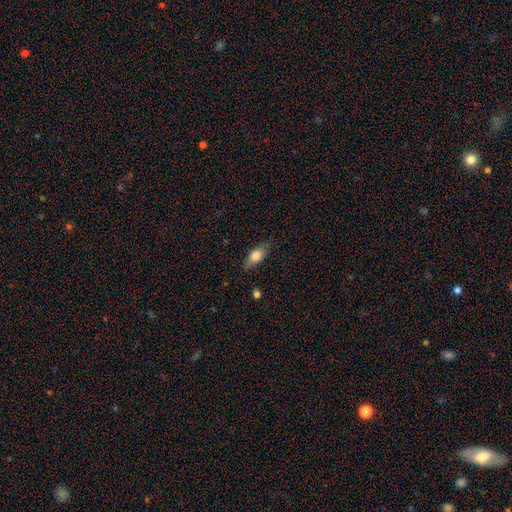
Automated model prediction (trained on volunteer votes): Smooth or featured? smooth (74%)
How rounded? in between (81%)
Merging? none (75%)